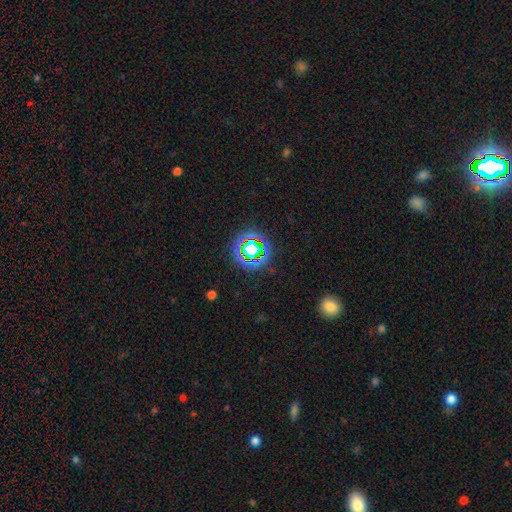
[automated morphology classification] A star or artifact, not a galaxy (72%).